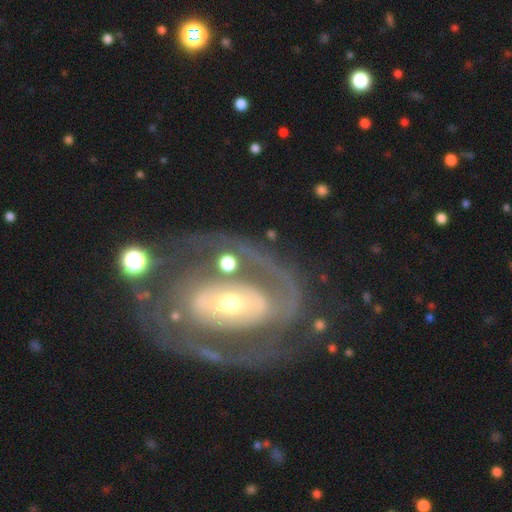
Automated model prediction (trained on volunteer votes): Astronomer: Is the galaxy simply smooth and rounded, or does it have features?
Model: featured or disk — 82%.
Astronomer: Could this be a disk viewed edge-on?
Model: no — 95%.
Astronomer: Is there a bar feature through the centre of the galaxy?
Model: no — 49% (runner-up: strong, 26%).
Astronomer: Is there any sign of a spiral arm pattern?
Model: yes — 72%.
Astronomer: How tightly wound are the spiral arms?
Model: tight — 53% (runner-up: medium, 33%).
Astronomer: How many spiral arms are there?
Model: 2 — 55%.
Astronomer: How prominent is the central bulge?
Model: small — 55% (runner-up: moderate, 35%).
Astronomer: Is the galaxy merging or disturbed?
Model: none — 65%.